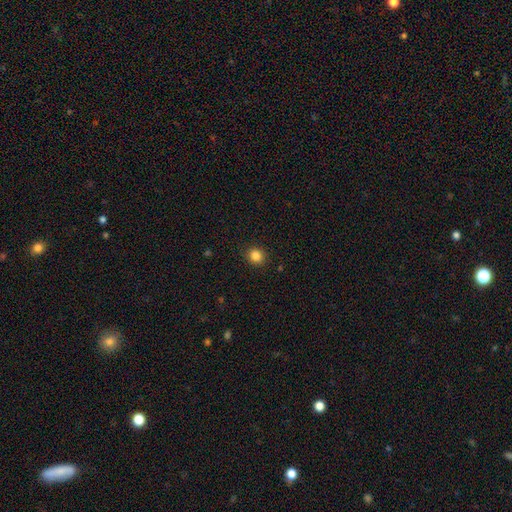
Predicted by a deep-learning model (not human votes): The model was most divided on "how rounded": round: 83%, in between: 16%, cigar-shaped: 1%. More confident: merging — none (91%); smooth or featured — smooth (85%).